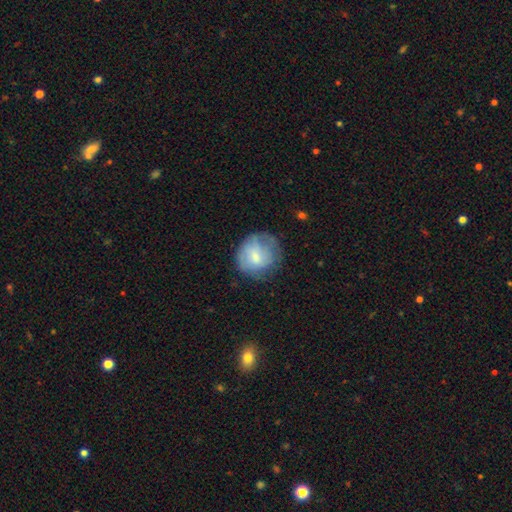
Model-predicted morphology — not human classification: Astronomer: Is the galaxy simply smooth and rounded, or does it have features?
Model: smooth — 65%.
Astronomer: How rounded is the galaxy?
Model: round — 83%.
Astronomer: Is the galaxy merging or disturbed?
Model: none — 57%.